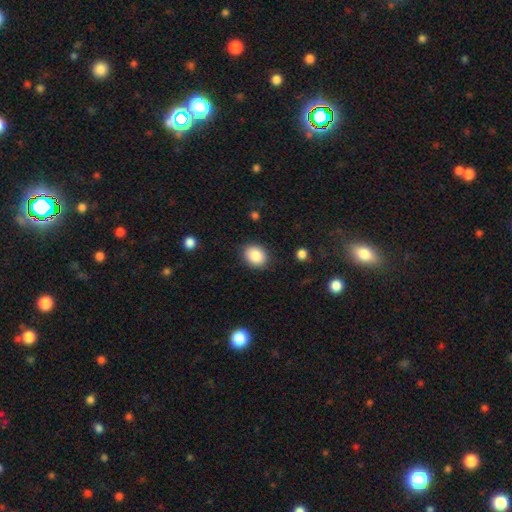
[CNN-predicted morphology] This is clearly a smooth galaxy (87%). How rounded: possibly in between (52%). Merging: clearly none (87%).